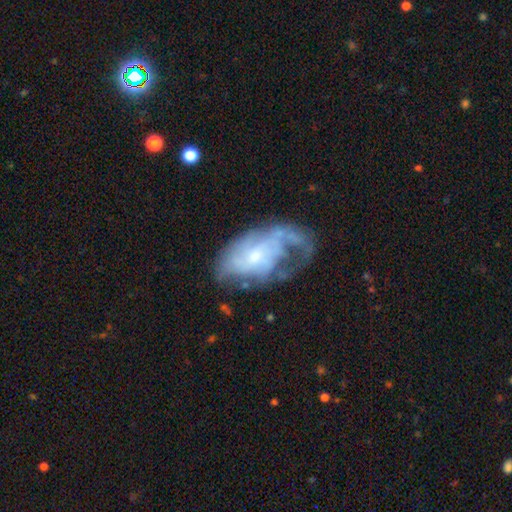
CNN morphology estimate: smooth_or_featured: featured or disk (p=0.69) [alt: smooth p=0.23]
disk_edge_on: no (p=0.95) [alt: yes p=0.05]
bar: no (p=0.69) [alt: weak p=0.26]
has_spiral_arms: yes (p=0.69) [alt: no p=0.31]
bulge_size: small (p=0.58) [alt: moderate p=0.30]
merging: major disturbance (p=0.43) [alt: none p=0.30]